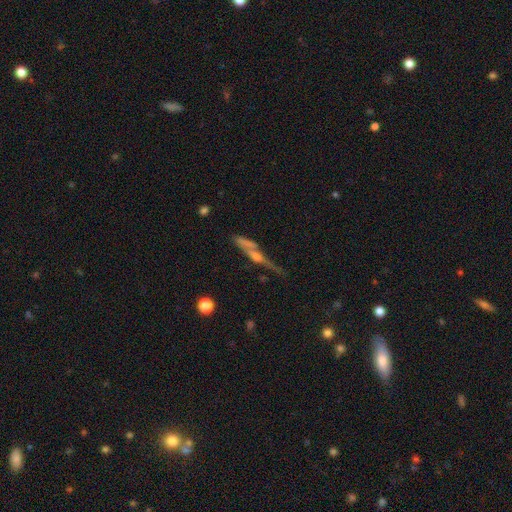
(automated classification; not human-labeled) smooth-or-featured: featured or disk: 61% | smooth: 27% | star or artifact: 12%
  disk-edge-on: yes: 86% | no: 14%
    edge-on-bulge: rounded: 59% | none: 27% | boxy: 14%
  merging: none: 49% | merger: 20% | minor disturbance: 18% | major disturbance: 13%